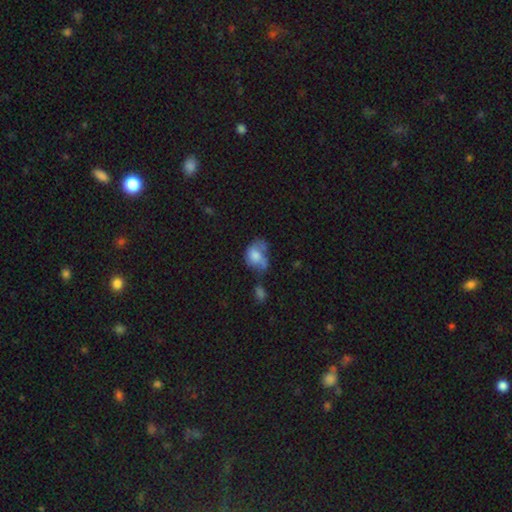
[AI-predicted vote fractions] Q: Smooth or featured?
A: smooth (62%); runner-up: featured or disk (29%)
Q: How rounded?
A: in between (65%); runner-up: round (34%)
Q: Merging?
A: major disturbance (31%); runner-up: minor disturbance (25%)